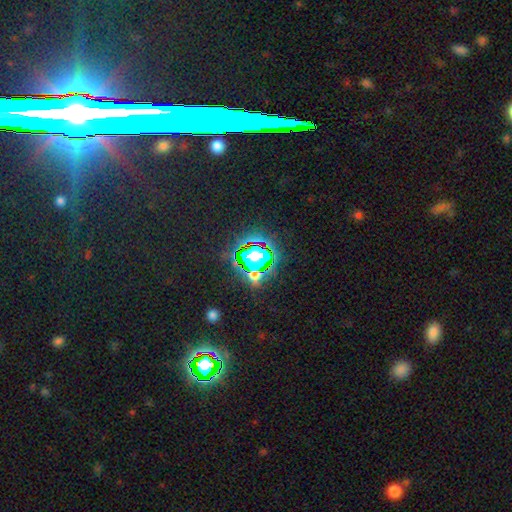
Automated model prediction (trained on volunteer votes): star or artifact 68%, smooth 21%, featured or disk 12%.